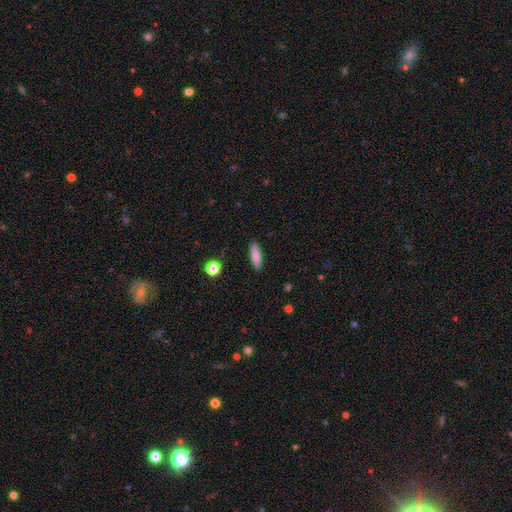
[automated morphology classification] Smooth or featured: smooth — 83% (featured or disk — 10%)
How rounded: cigar-shaped — 56% (in between — 42%)
Merging: none — 89% (minor disturbance — 8%)